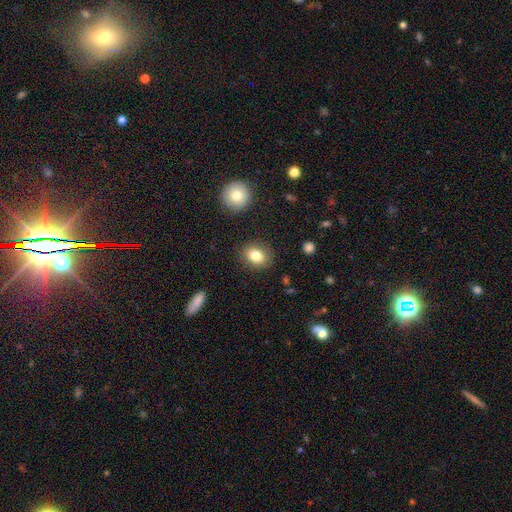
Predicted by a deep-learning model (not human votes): Smooth or featured?
  - smooth: 81% *
  - featured or disk: 10%
  - star or artifact: 9%
How rounded?
  - in between: 59% *
  - round: 40%
  - cigar-shaped: 1%
Merging?
  - none: 86% *
  - minor disturbance: 9%
  - major disturbance: 3%
  - merger: 2%